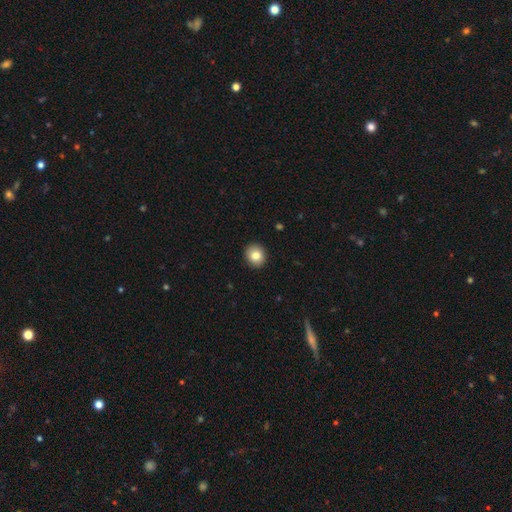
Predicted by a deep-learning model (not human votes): Overall: smooth (82%). How rounded: round (79%). Merging: none (92%).